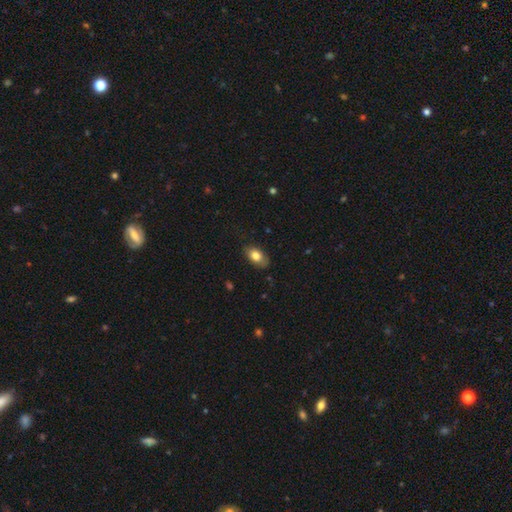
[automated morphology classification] Smooth or featured? Predicted: smooth (p=0.80). How rounded? Predicted: in between (p=0.88). Merging? Predicted: none (p=0.79).